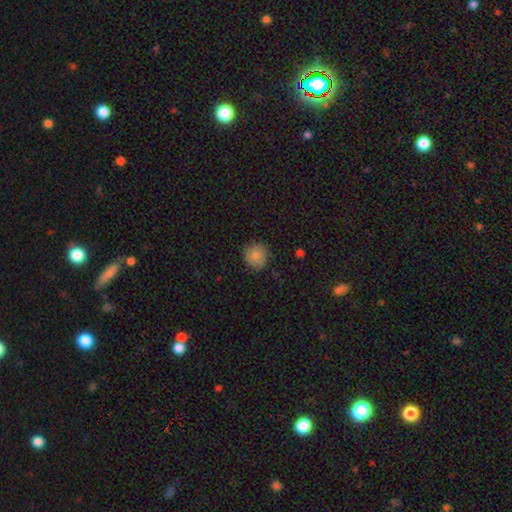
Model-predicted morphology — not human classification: Smooth or featured?
  - smooth: 83% *
  - star or artifact: 10%
  - featured or disk: 7%
How rounded?
  - round: 89% *
  - in between: 10%
  - cigar-shaped: 1%
Merging?
  - none: 80% *
  - minor disturbance: 16%
  - major disturbance: 3%
  - merger: 1%